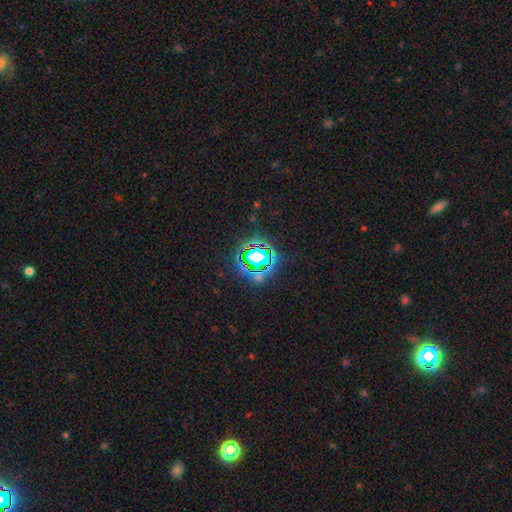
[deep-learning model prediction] Smooth or featured: star or artifact — 73% (smooth — 17%)